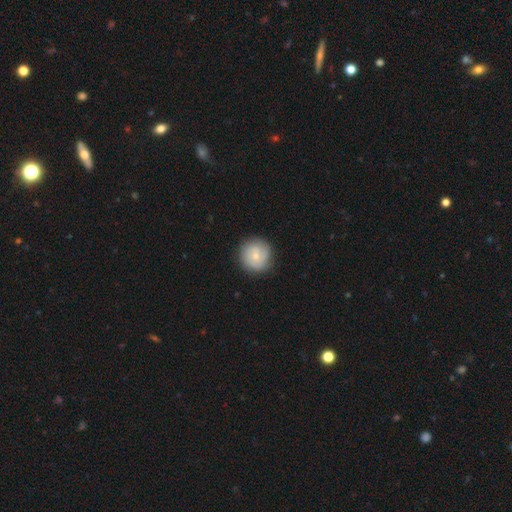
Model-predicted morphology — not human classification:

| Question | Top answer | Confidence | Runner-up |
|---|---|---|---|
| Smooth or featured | smooth | 60% | featured or disk (33%) |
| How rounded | round | 94% | in between (5%) |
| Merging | none | 85% | minor disturbance (11%) |